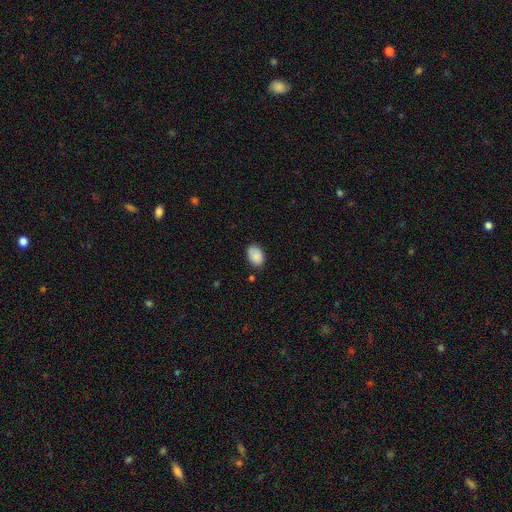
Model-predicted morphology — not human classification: Smooth or featured? Predicted: smooth (p=0.88). How rounded? Predicted: in between (p=0.89). Merging? Predicted: none (p=0.78).